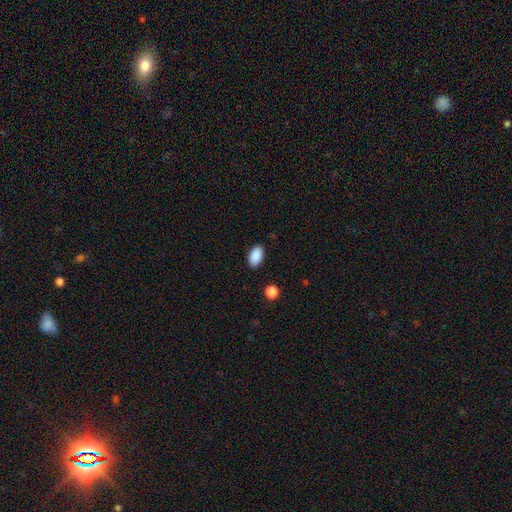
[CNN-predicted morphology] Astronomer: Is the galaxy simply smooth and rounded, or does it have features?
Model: smooth — 90%.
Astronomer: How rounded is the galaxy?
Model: in between — 94%.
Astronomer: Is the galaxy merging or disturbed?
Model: none — 88%.